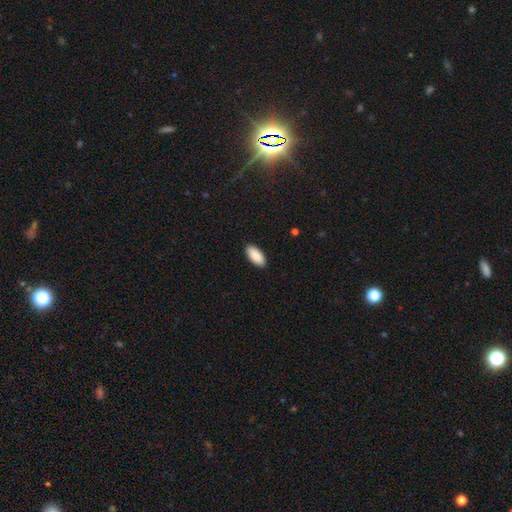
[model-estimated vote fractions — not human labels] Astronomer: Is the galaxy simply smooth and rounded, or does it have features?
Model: smooth — 90%.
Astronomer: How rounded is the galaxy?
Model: in between — 92%.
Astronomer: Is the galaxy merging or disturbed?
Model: none — 90%.